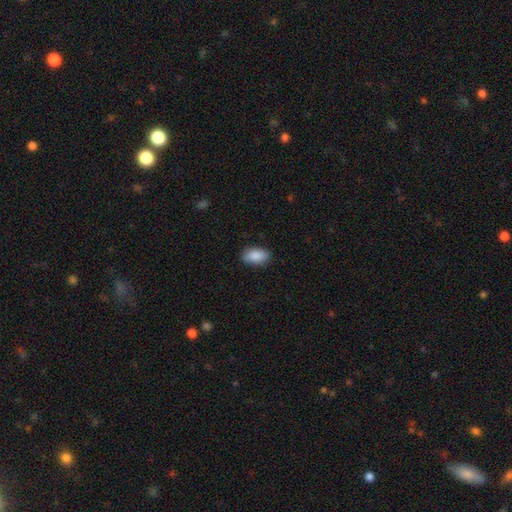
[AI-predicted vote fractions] A smooth galaxy with no disk features (89%) that is in between round and cigar-shaped (93%). Merging: none (86%).